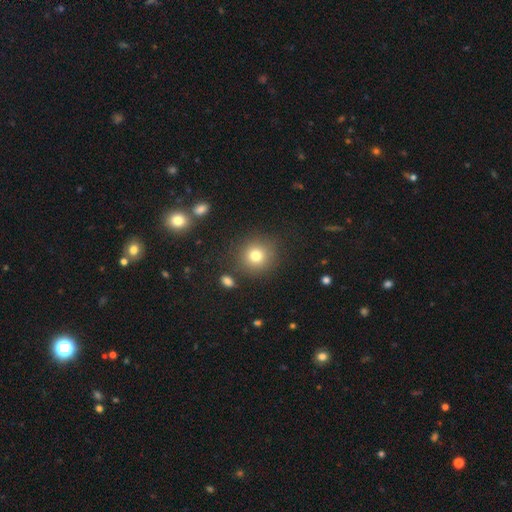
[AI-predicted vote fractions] A smooth galaxy with no disk features (78%) that is round (91%). Merging: none (86%).